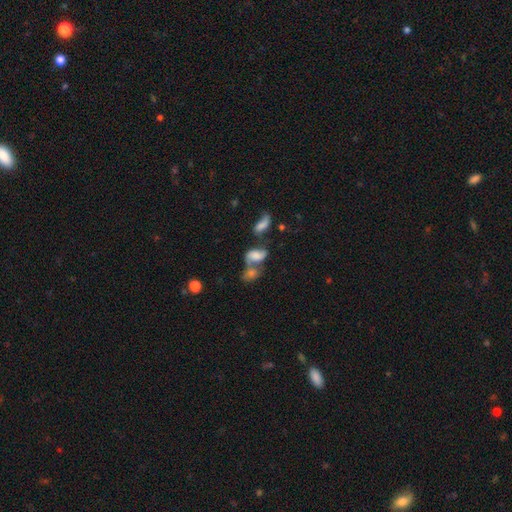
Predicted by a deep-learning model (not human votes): Morphology: type=smooth (49%); merging=merger (54%).